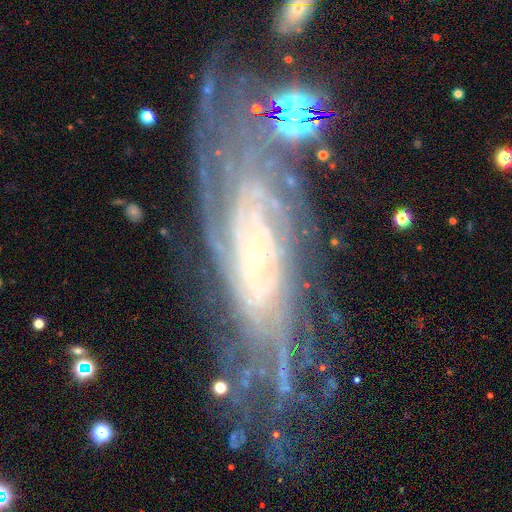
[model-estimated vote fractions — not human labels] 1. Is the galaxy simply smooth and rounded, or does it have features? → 88% featured or disk, 7% star or artifact, 5% smooth.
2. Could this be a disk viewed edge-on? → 90% no, 10% yes.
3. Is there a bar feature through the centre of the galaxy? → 64% no, 24% weak, 12% strong.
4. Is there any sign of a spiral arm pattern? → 98% yes, 2% no.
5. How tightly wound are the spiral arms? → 76% tight, 20% medium, 4% loose.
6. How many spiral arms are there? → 30% can't tell, 22% more than 4, 18% 4, 12% 2, 11% 3, 7% 1.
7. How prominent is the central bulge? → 84% small, 9% moderate, 4% none, 2% large, 1% dominant.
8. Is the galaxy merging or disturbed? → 71% none, 17% minor disturbance, 8% major disturbance, 3% merger.